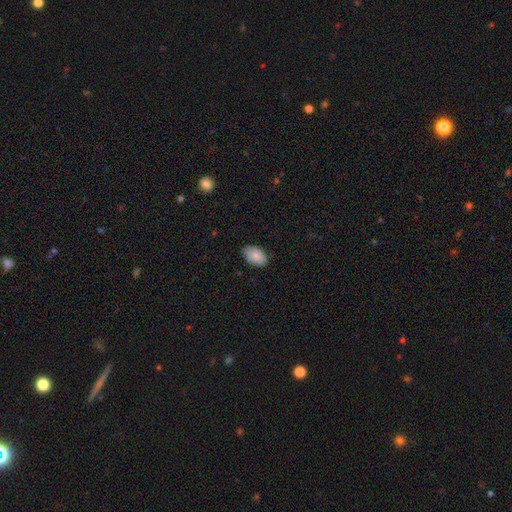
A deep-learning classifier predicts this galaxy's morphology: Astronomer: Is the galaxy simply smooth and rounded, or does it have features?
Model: smooth — 83%.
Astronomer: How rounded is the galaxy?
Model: in between — 91%.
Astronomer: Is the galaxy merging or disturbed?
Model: none — 79%.